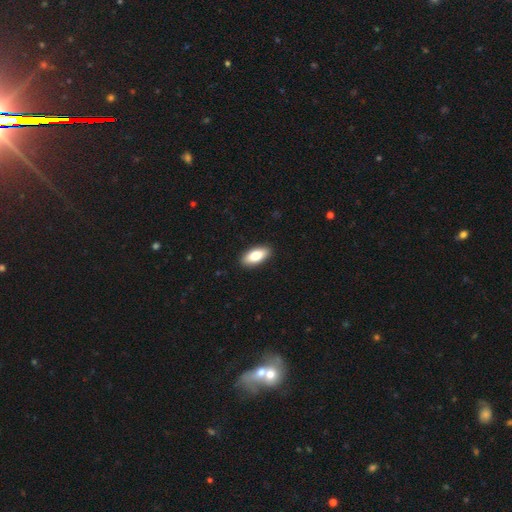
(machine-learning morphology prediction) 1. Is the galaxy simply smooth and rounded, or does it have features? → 81% smooth, 13% featured or disk, 6% star or artifact.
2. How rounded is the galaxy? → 88% in between, 10% cigar-shaped, 2% round.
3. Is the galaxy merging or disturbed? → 90% none, 7% minor disturbance, 2% major disturbance, 1% merger.